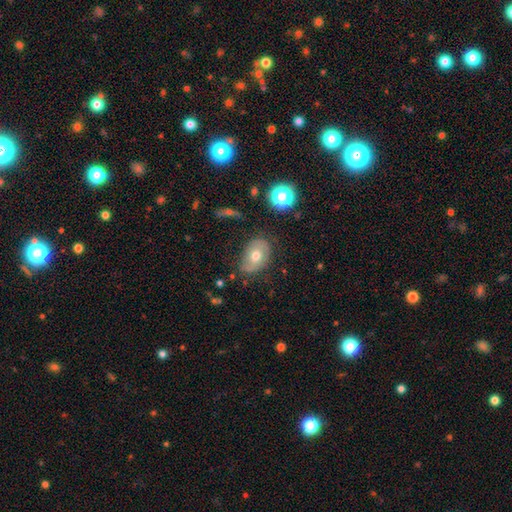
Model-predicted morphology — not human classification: Smooth or featured? Predicted: smooth (p=0.55). How rounded? Predicted: in between (p=0.77). Merging? Predicted: none (p=0.64).